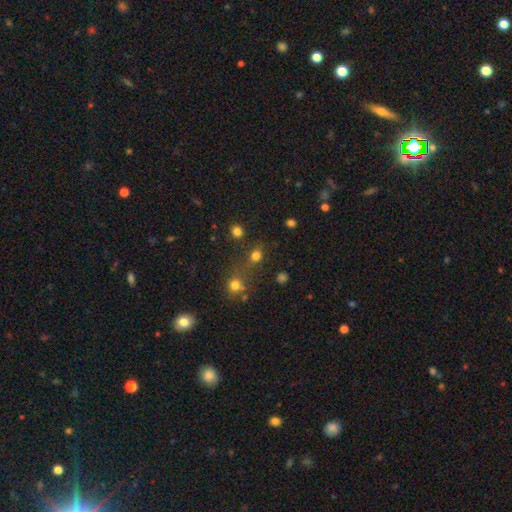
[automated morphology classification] smooth-or-featured: smooth: 75% | star or artifact: 19% | featured or disk: 6%
  how-rounded: round: 77% | in between: 21% | cigar-shaped: 2%
  merging: none: 65% | merger: 18% | minor disturbance: 11% | major disturbance: 6%